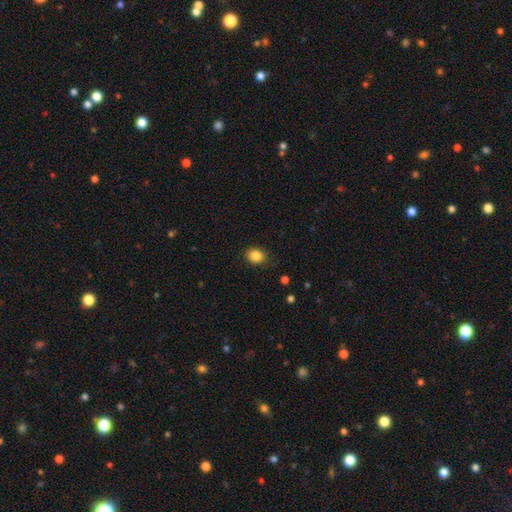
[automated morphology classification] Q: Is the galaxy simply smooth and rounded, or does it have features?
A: smooth — 86%.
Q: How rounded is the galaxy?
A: round — 61%.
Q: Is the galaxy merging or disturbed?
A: none — 85%.